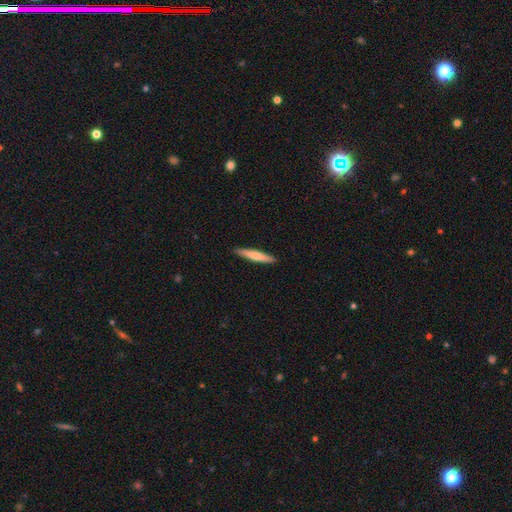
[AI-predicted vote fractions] smooth 63%, featured or disk 32%, star or artifact 5%. Down the decision tree: how rounded — cigar-shaped (92%); merging — none (91%).